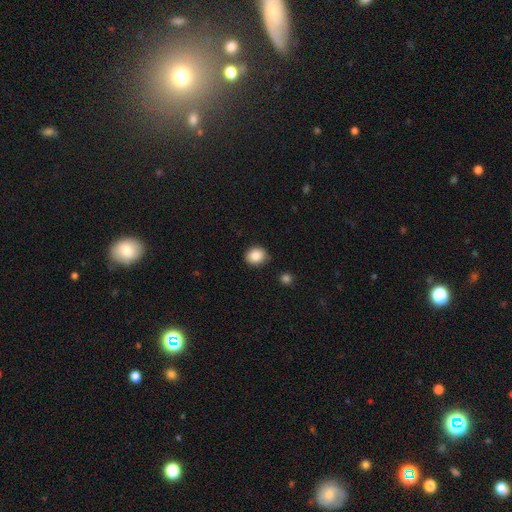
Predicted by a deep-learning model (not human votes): This is clearly a smooth galaxy (87%). How rounded: likely round (70%). Merging: clearly none (81%).